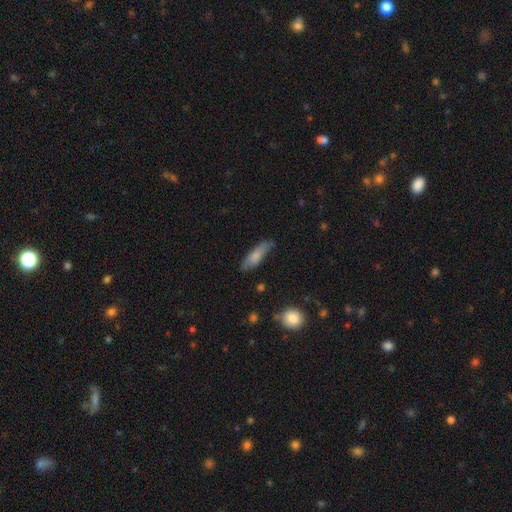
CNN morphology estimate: This is likely a smooth galaxy (77%). How rounded: possibly cigar-shaped (59%). Merging: likely none (72%).